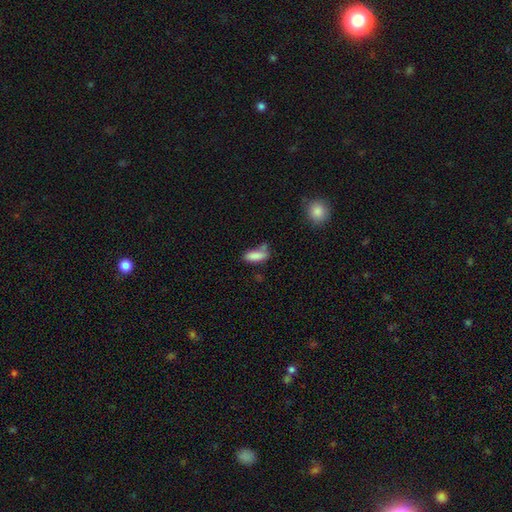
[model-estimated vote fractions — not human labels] Overall: smooth (85%). How rounded: in between (72%). Merging: none (51%; minor disturbance 23%).